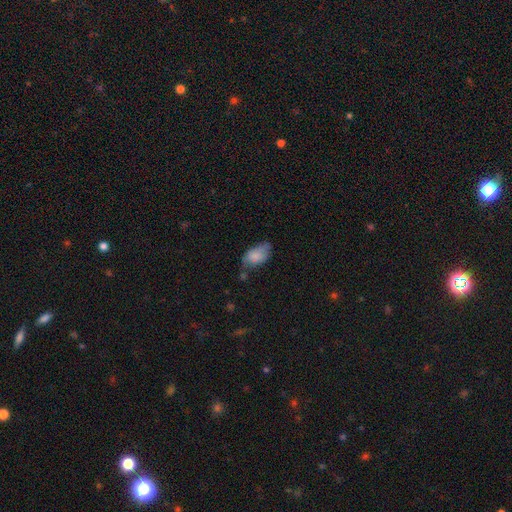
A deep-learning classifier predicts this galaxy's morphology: smooth-or-featured: smooth: 79% | featured or disk: 13% | star or artifact: 8%
  how-rounded: in between: 93% | round: 5% | cigar-shaped: 2%
  merging: none: 45% | minor disturbance: 36% | major disturbance: 12% | merger: 7%